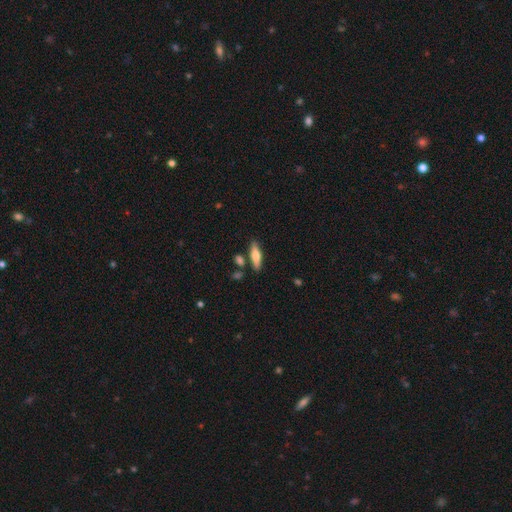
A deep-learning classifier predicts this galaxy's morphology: type=smooth (62%); roundness=cigar-shaped (55%); merging=none (80%).